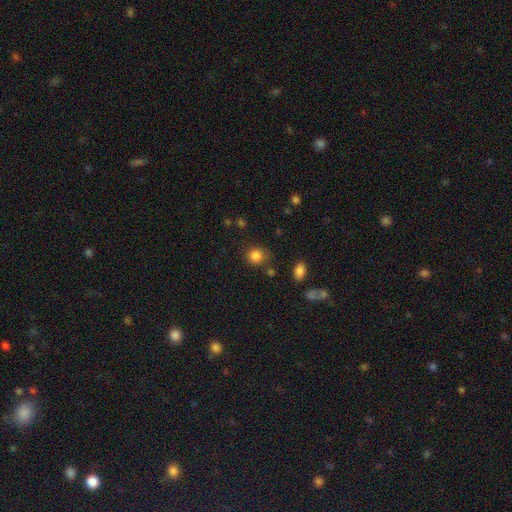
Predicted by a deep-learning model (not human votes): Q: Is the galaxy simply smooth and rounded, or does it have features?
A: smooth — 85%.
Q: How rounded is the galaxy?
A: round — 85%.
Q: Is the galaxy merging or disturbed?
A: none — 79%.